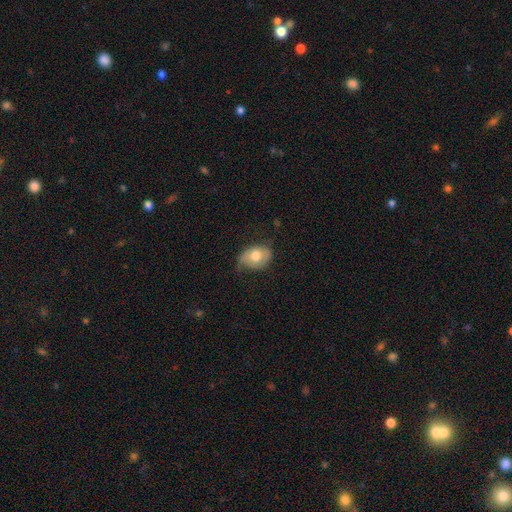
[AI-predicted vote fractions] Smooth or featured? Predicted: smooth (p=0.68). How rounded? Predicted: in between (p=0.70). Merging? Predicted: none (p=0.47).